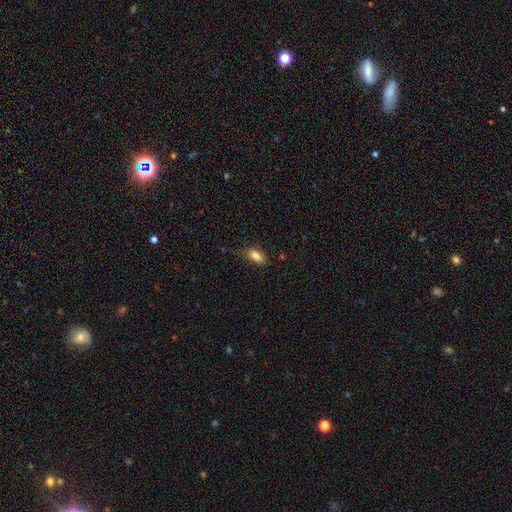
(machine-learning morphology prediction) Smooth or featured? smooth (84%)
How rounded? in between (88%)
Merging? none (70%)